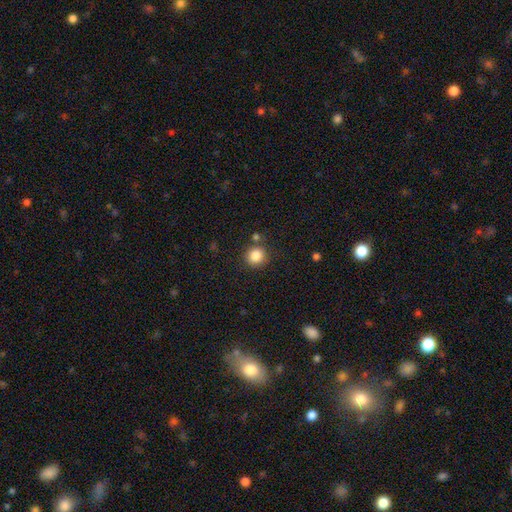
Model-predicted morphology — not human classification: smooth 85%, star or artifact 10%, featured or disk 5%. Down the decision tree: how rounded — round (90%); merging — none (82%).